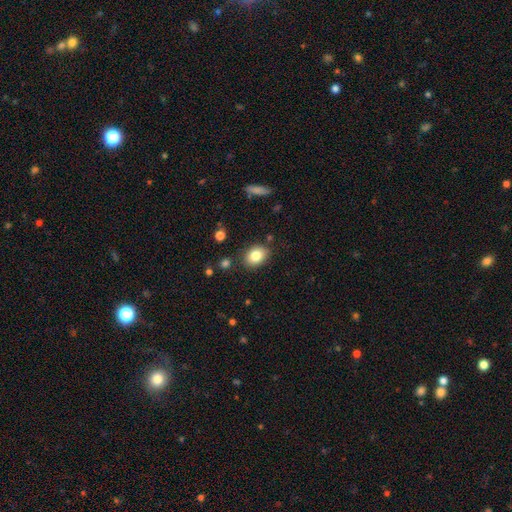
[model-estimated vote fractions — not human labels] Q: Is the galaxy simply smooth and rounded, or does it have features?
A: smooth — 83%.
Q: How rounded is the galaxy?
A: in between — 70%.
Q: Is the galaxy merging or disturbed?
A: none — 84%.